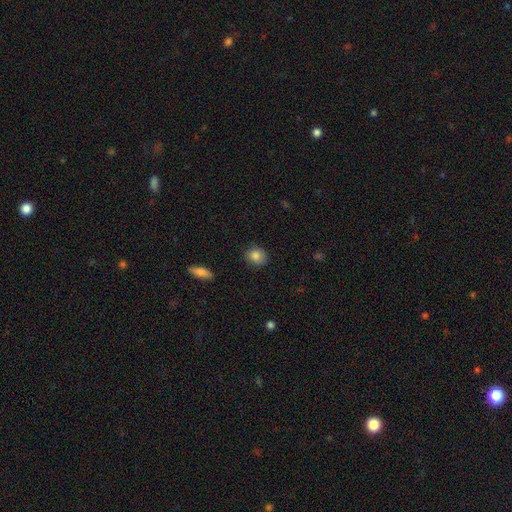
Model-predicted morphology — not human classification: Smooth or featured: smooth — 85% (star or artifact — 8%)
How rounded: round — 64% (in between — 35%)
Merging: none — 84% (minor disturbance — 12%)